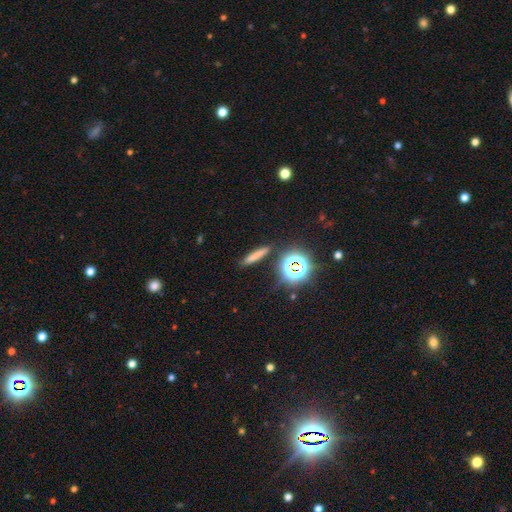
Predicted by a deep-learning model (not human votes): This appears to be a smooth galaxy with no disk features (68%) that is cigar-shaped (84%). Merging: none (87%).